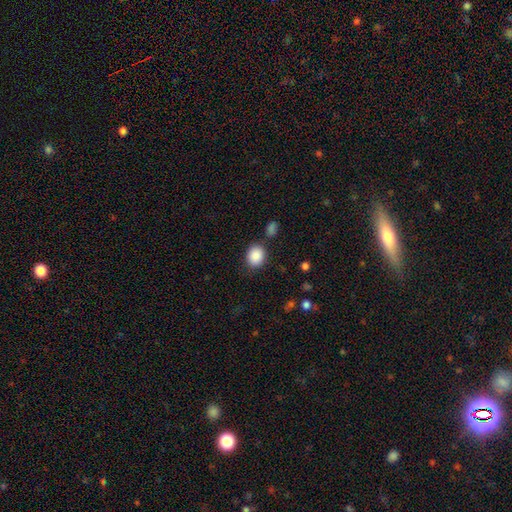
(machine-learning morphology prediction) This appears to be a smooth galaxy with no disk features (88%) that is round (58%). Merging: none (80%).